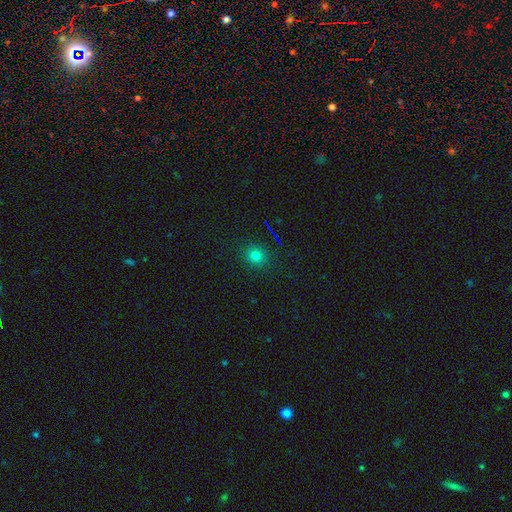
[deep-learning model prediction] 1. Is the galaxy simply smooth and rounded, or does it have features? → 75% smooth, 18% star or artifact, 7% featured or disk.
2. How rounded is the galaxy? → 87% round, 12% in between, 1% cigar-shaped.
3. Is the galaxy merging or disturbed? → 89% none, 7% minor disturbance, 2% major disturbance, 1% merger.